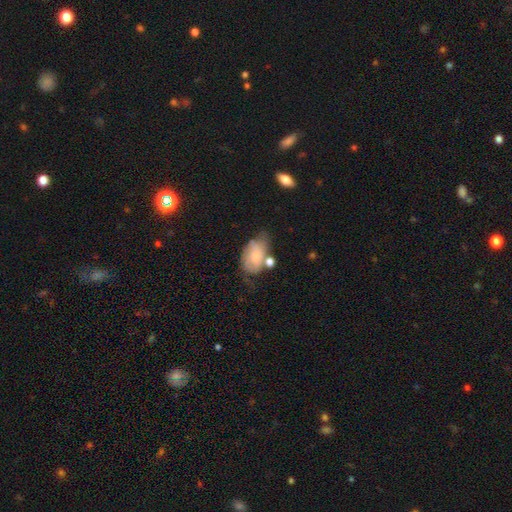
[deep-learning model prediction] Smooth or featured? Predicted: smooth (p=0.53). How rounded? Predicted: in between (p=0.86). Merging? Predicted: none (p=0.37).